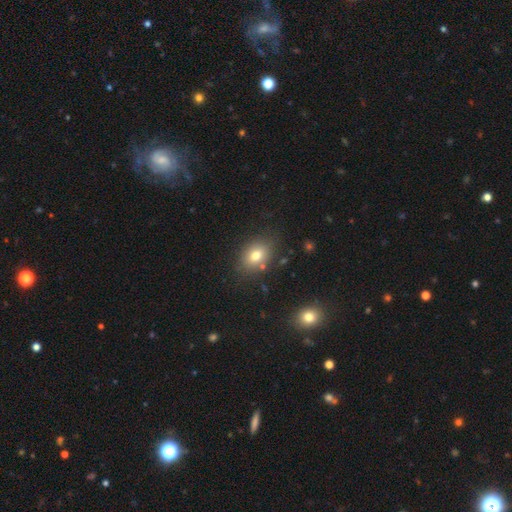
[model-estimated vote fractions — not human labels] Overall: smooth (75%). How rounded: in between (71%). Merging: none (78%).